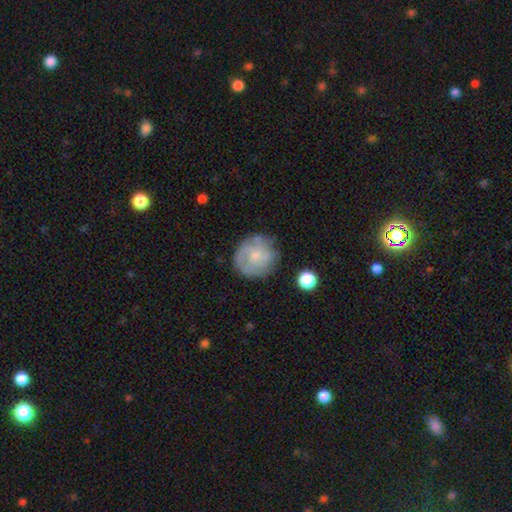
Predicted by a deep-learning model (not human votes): This is possibly a featured or disk galaxy (51%). It is clearly not viewed edge-on (98%). Bar: likely no (78%). Spiral arm pattern: possibly yes (59%). Central bulge: marginally small (44%). Merging: likely none (68%).